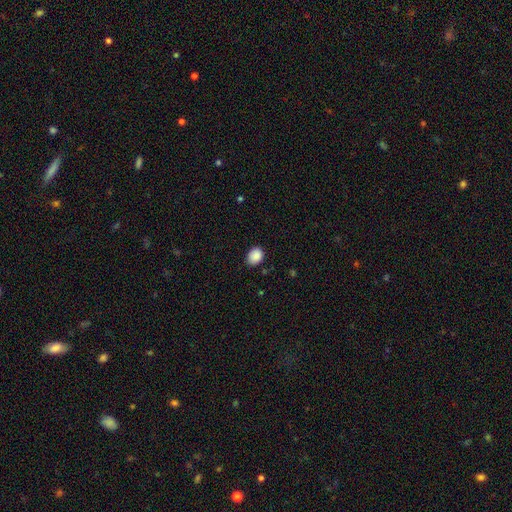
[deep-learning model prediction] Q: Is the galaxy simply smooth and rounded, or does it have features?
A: smooth — 88%.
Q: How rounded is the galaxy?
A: in between — 58%.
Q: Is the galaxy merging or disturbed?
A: none — 83%.